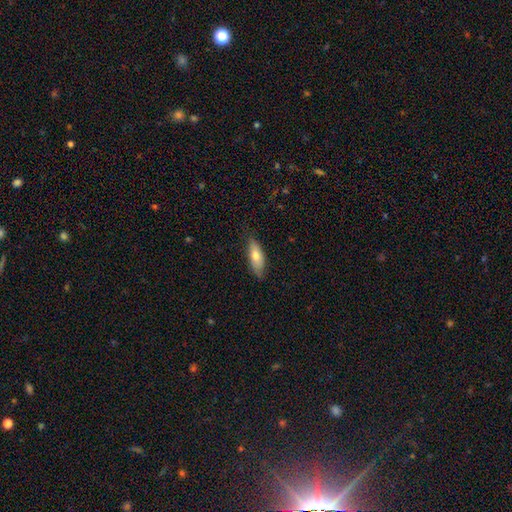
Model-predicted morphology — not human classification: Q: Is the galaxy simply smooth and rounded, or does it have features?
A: smooth — 69%.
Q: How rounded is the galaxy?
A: in between — 68%.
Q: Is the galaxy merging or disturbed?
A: none — 78%.